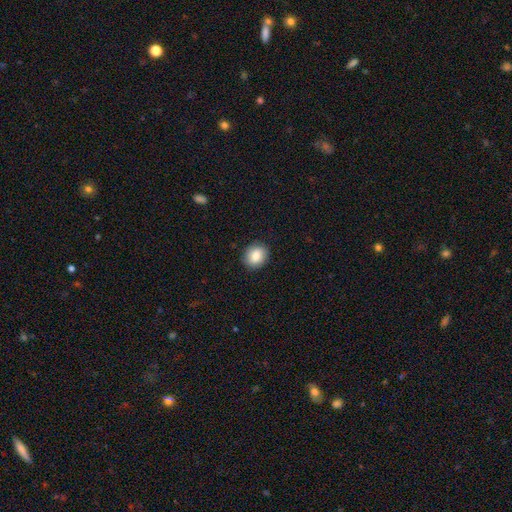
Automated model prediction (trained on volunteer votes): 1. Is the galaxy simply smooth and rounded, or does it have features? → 84% smooth, 8% star or artifact, 8% featured or disk.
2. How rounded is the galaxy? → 66% round, 33% in between, 1% cigar-shaped.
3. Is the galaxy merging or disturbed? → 88% none, 9% minor disturbance, 2% major disturbance, 1% merger.